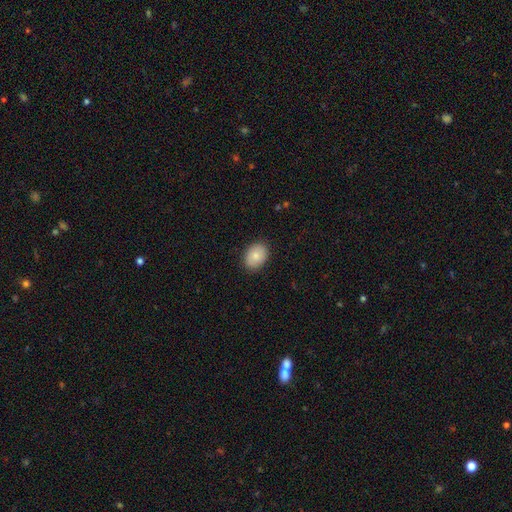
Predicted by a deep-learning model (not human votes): This appears to be a smooth galaxy with no disk features (81%) that is in between round and cigar-shaped (68%). Merging: none (87%).